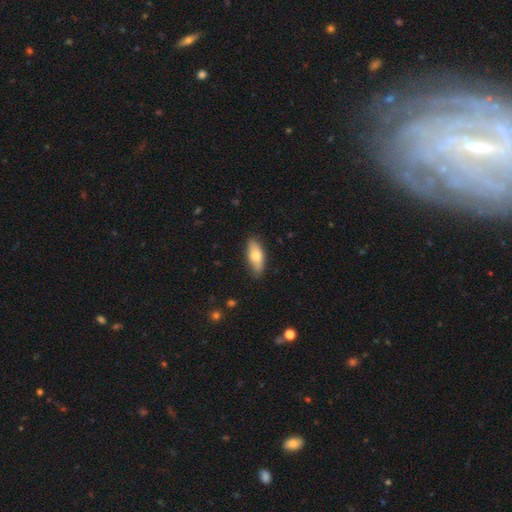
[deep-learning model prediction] Overall: smooth (70%). How rounded: in between (75%). Merging: none (86%).